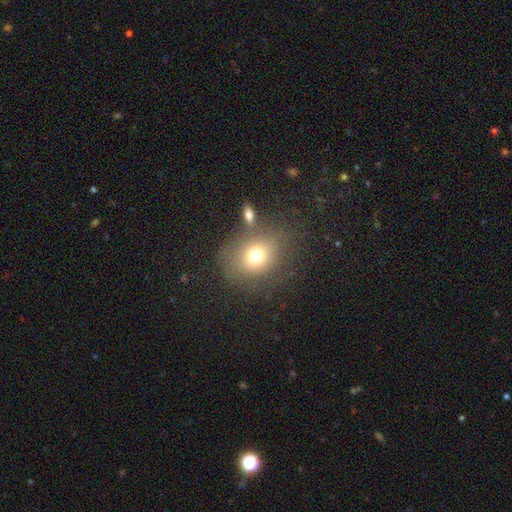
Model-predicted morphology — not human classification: smooth_or_featured: smooth (p=0.71) [alt: featured or disk p=0.15]
how_rounded: round (p=0.65) [alt: in between p=0.34]
merging: none (p=0.68) [alt: minor disturbance p=0.14]